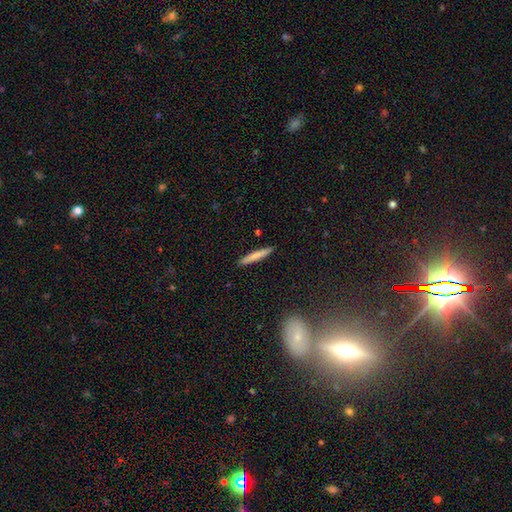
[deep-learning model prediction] Smooth or featured: smooth — 75% (featured or disk — 19%)
How rounded: cigar-shaped — 93% (in between — 5%)
Merging: none — 90% (minor disturbance — 7%)